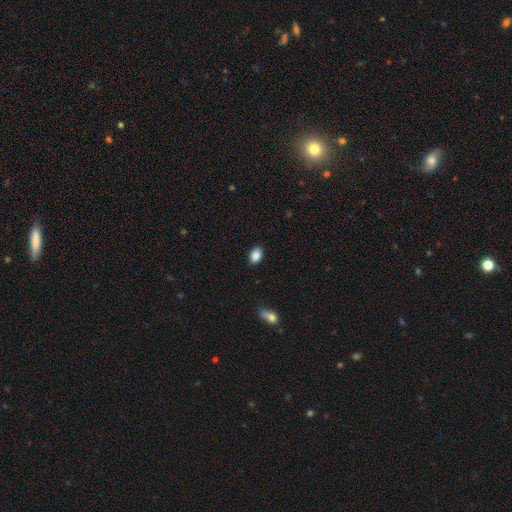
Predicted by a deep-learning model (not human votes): A smooth galaxy with no disk features (86%) that is in between round and cigar-shaped (87%). Merging: none (88%).